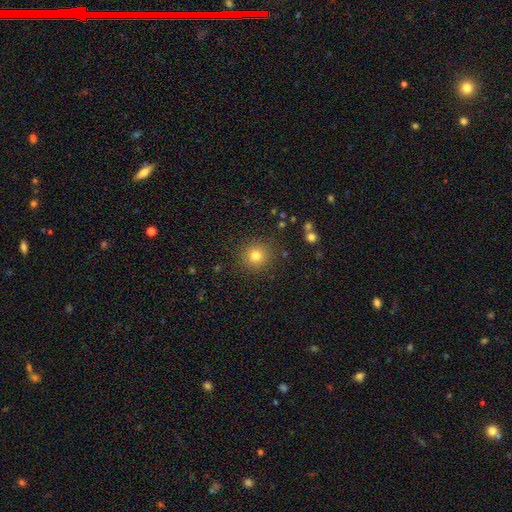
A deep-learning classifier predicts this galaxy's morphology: smooth 79%, star or artifact 14%, featured or disk 7%. Down the decision tree: how rounded — round (93%); merging — none (88%).